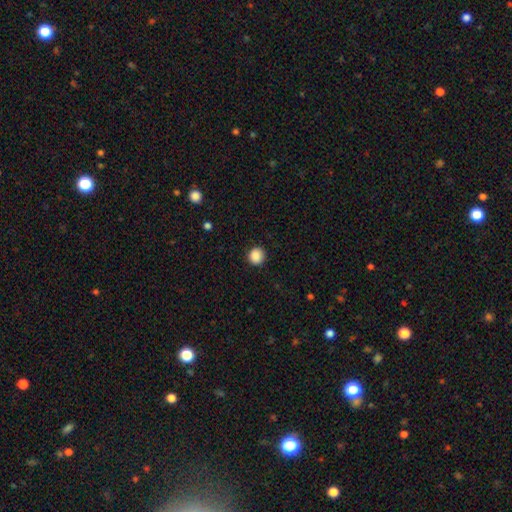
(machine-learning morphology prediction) smooth_or_featured: smooth (p=0.88) [alt: star or artifact p=0.09]
how_rounded: round (p=0.93) [alt: in between p=0.06]
merging: none (p=0.91) [alt: minor disturbance p=0.06]